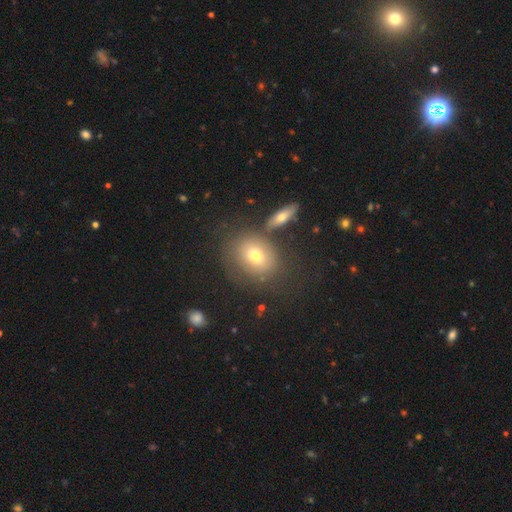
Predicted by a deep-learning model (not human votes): smooth-or-featured: smooth: 67% | featured or disk: 21% | star or artifact: 12%
  how-rounded: round: 58% | in between: 41% | cigar-shaped: 2%
  merging: none: 64% | minor disturbance: 15% | merger: 13% | major disturbance: 8%